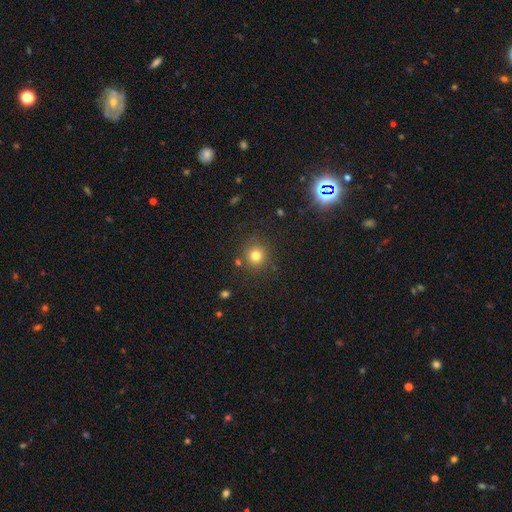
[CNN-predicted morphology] Smooth or featured?
  - smooth: 77% *
  - star or artifact: 16%
  - featured or disk: 7%
How rounded?
  - round: 92% *
  - in between: 7%
  - cigar-shaped: 1%
Merging?
  - none: 85% *
  - minor disturbance: 8%
  - merger: 4%
  - major disturbance: 3%